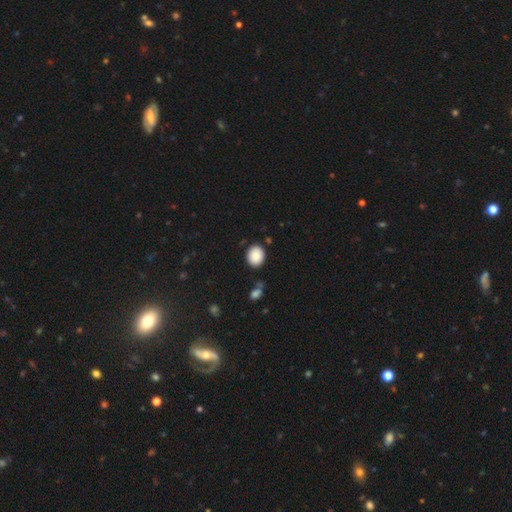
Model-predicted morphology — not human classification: type=smooth (88%); roundness=round (53%); merging=none (83%).